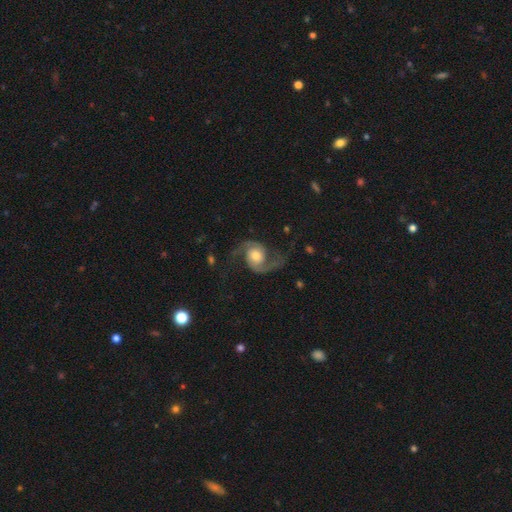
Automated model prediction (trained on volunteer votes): A featured or disk galaxy (90%) with no bar (70%), 2 (94%) loose (55%) spiral arms (98%) and a moderate central bulge (52%). Merging: none (73%).